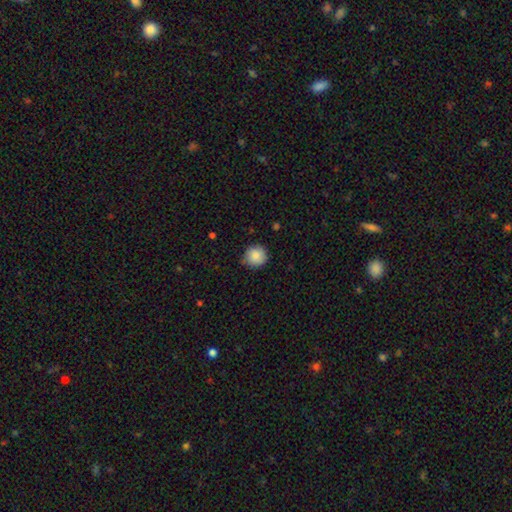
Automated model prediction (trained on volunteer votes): Overall: smooth (86%). How rounded: round (92%). Merging: none (79%).